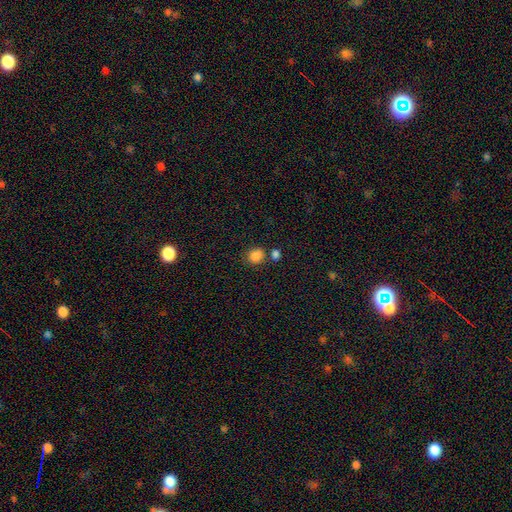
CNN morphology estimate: Smooth or featured: smooth — 84% (star or artifact — 11%)
How rounded: round — 61% (in between — 38%)
Merging: none — 66% (merger — 17%)